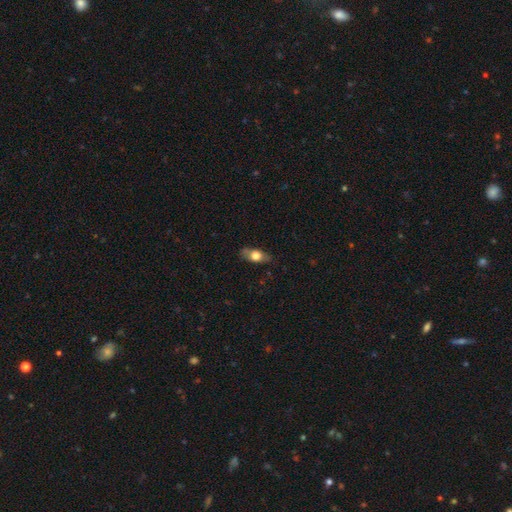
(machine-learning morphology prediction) type=smooth (64%); roundness=in between (76%); merging=none (75%).